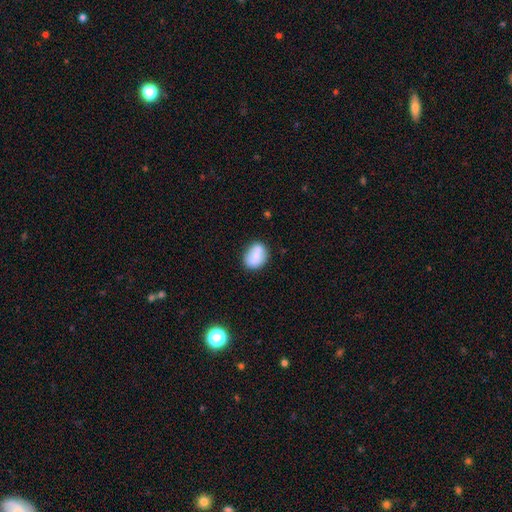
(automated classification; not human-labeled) Overall: smooth (76%). How rounded: in between (72%). Merging: none (74%).